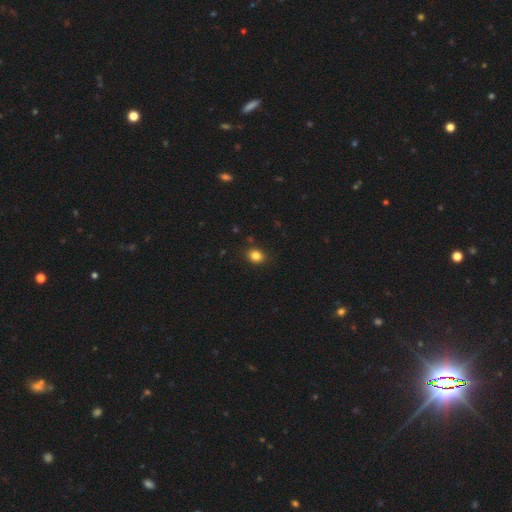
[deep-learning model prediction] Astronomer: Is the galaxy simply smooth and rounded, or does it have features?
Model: smooth — 84%.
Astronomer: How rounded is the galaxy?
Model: round — 52% (runner-up: in between, 47%).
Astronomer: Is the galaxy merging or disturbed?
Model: none — 87%.